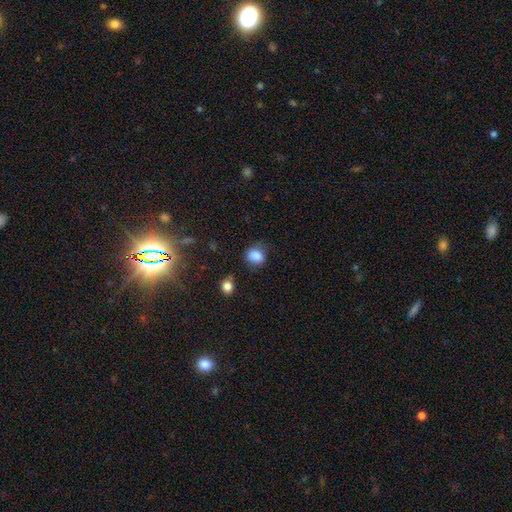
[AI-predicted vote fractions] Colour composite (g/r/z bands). It shows a smooth galaxy with no disk features (84%) that is round (50%). Merging: none (65%).